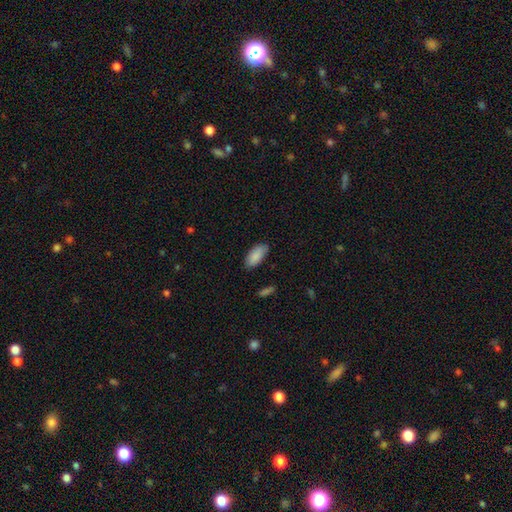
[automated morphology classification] This is clearly a smooth galaxy (89%). How rounded: clearly in between (90%). Merging: clearly none (81%).